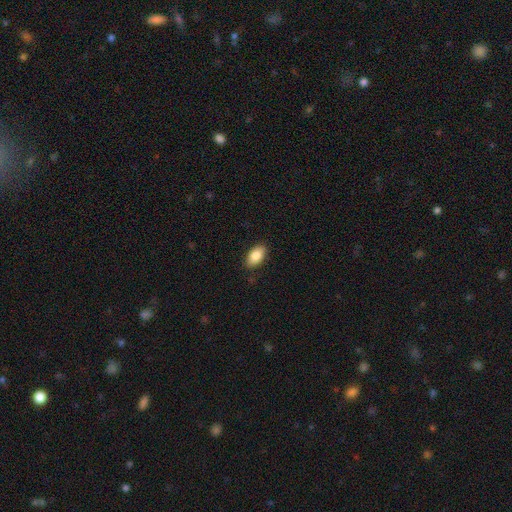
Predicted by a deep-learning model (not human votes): The model was most divided on "merging": none: 87%, minor disturbance: 10%, major disturbance: 2%, merger: 1%. More confident: how rounded — in between (93%); smooth or featured — smooth (85%).